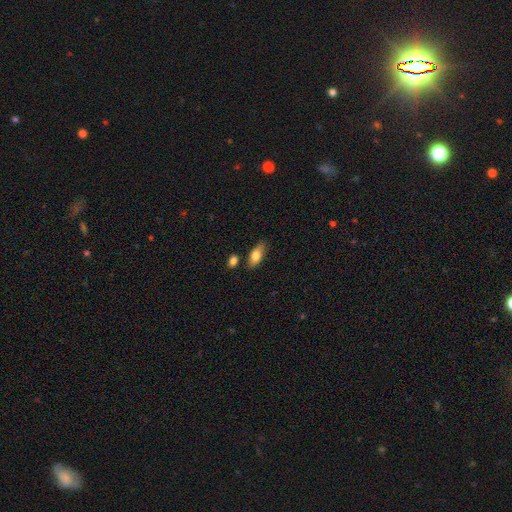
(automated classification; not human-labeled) A smooth galaxy with no disk features (75%) that is in between round and cigar-shaped (80%).

Vote fractions:
- Smooth or featured? smooth: 75% / featured or disk: 19% / star or artifact: 7%
- How rounded? in between: 80% / cigar-shaped: 16% / round: 4%
- Merging? none: 78% / minor disturbance: 14% / merger: 6% / major disturbance: 3%